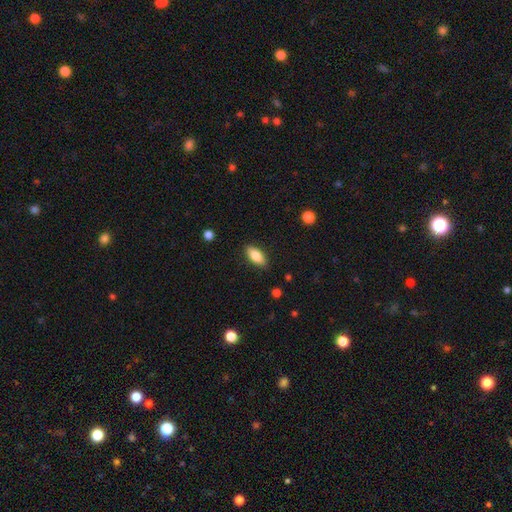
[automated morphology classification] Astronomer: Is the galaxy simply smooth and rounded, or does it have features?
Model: smooth — 79%.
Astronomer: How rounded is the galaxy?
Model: in between — 82%.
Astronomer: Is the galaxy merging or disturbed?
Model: none — 87%.